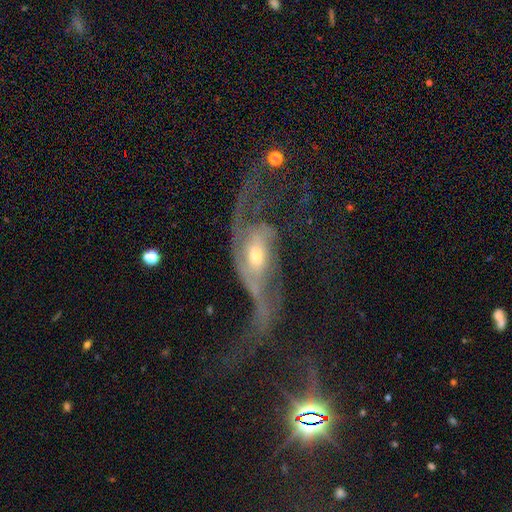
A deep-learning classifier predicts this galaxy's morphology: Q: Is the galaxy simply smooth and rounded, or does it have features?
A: featured or disk — 78%.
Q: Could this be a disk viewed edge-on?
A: no — 89%.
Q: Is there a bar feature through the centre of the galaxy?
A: no — 53%.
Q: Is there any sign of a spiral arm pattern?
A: yes — 78%.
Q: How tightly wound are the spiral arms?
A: loose — 73%.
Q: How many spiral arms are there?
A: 2 — 74%.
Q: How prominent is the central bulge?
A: moderate — 55%.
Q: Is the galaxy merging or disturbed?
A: major disturbance — 56%.